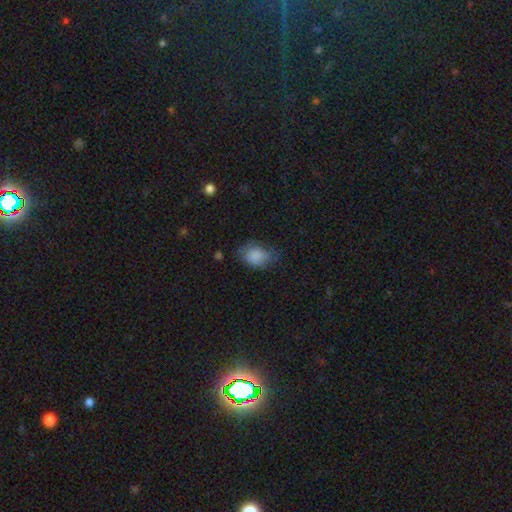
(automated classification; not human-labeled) Overall: smooth (81%). How rounded: in between (74%). Merging: none (48%; minor disturbance 36%).